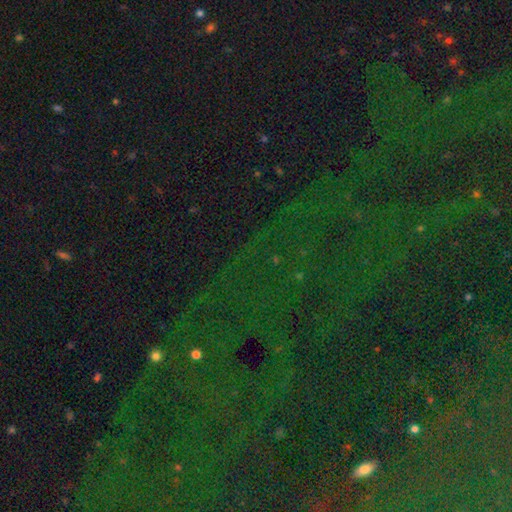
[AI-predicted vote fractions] Overall: star or artifact (82%).